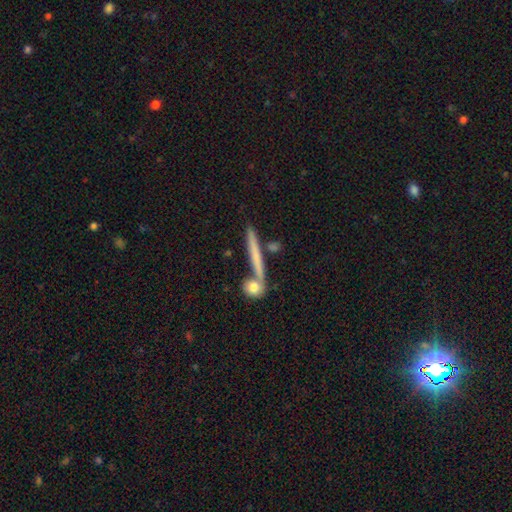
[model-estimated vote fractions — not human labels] Overall: smooth (58%; featured or disk 35%). How rounded: cigar-shaped (86%). Merging: none (75%).